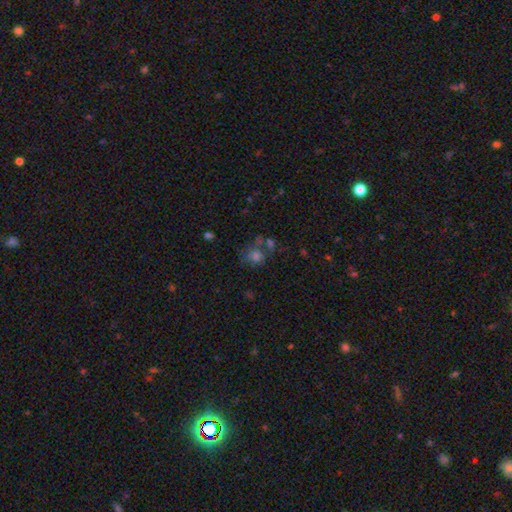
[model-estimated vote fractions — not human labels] Morphology: type=smooth (64%); roundness=round (74%); merging=none (50%).